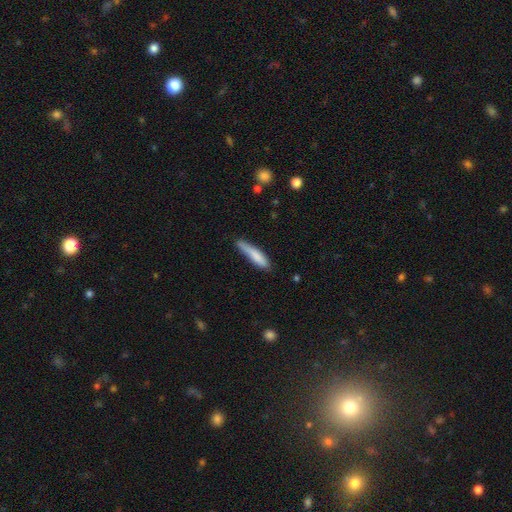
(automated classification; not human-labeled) smooth 79%, featured or disk 15%, star or artifact 6%. Down the decision tree: how rounded — cigar-shaped (84%); merging — none (61%).